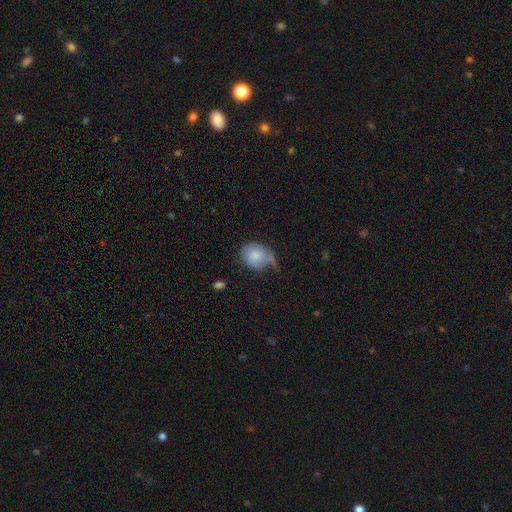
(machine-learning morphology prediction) A smooth galaxy with no disk features (75%) that is round (52%).

Vote fractions:
- Smooth or featured? smooth: 75% / featured or disk: 18% / star or artifact: 7%
- How rounded? round: 52% / in between: 47% / cigar-shaped: 1%
- Merging? none: 40% / minor disturbance: 36% / major disturbance: 16% / merger: 8%